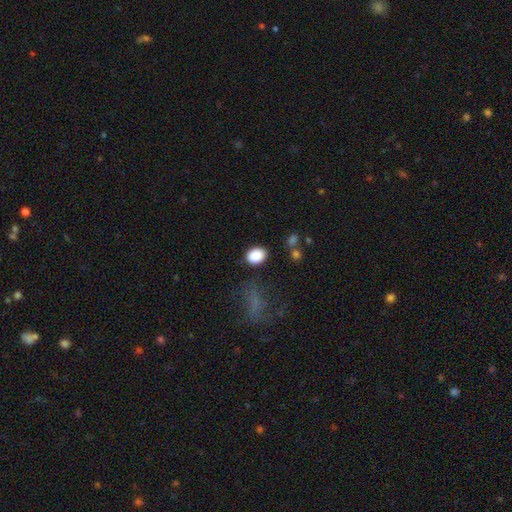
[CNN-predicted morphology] type=smooth (88%); roundness=in between (68%); merging=none (80%).